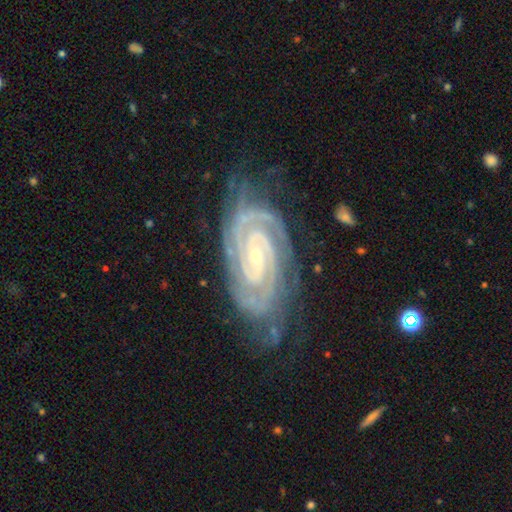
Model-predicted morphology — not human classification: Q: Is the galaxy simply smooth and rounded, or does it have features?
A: featured or disk — 93%.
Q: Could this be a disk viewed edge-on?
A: no — 97%.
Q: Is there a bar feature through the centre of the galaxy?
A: no — 49%.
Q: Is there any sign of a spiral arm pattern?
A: yes — 99%.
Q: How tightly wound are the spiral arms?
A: tight — 85%.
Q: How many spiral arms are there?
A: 2 — 66%.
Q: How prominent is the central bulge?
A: small — 77%.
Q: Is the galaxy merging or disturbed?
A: none — 73%.